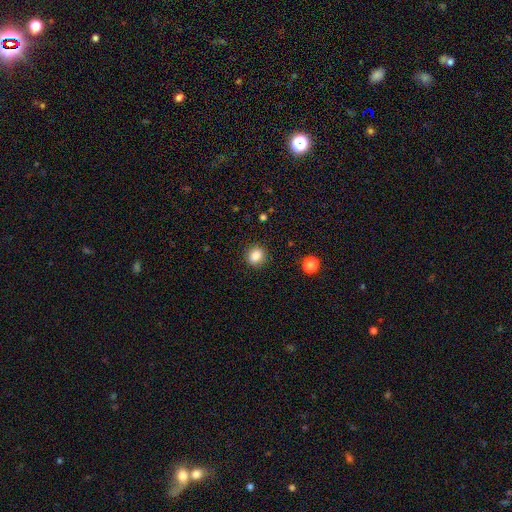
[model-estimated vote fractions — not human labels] A smooth galaxy with no disk features (86%) that is round (63%).

Vote fractions:
- Smooth or featured? smooth: 86% / star or artifact: 10% / featured or disk: 4%
- How rounded? round: 63% / in between: 36% / cigar-shaped: 1%
- Merging? none: 87% / minor disturbance: 9% / major disturbance: 3% / merger: 1%